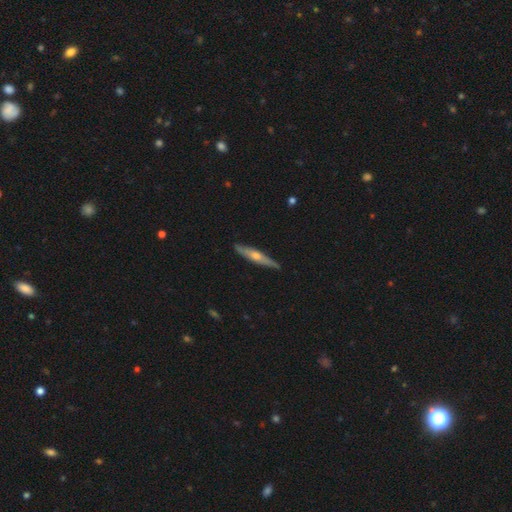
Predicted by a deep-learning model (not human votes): Smooth or featured?
  - featured or disk: 63% *
  - smooth: 31%
  - star or artifact: 6%
Edge-on disk?
  - yes: 93% *
  - no: 7%
Edge-on bulge?
  - rounded: 85% *
  - none: 11%
  - boxy: 4%
Merging?
  - none: 89% *
  - minor disturbance: 9%
  - major disturbance: 1%
  - merger: 1%